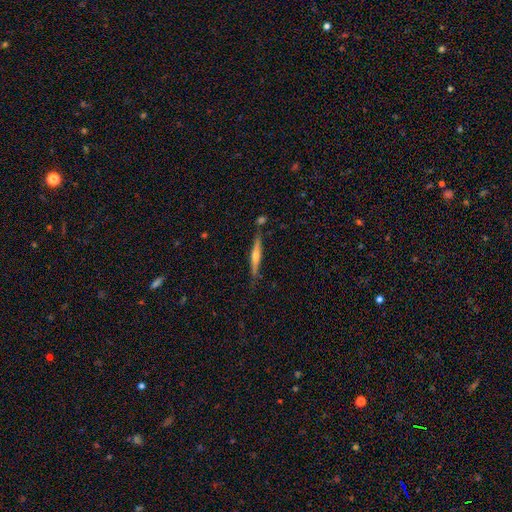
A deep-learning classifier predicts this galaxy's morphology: A featured or disk galaxy (65%) viewed edge-on (97%) with a rounded central bulge (80%).

Vote fractions:
- Smooth or featured? featured or disk: 65% / smooth: 29% / star or artifact: 6%
- Edge-on disk? yes: 97% / no: 3%
- Edge-on bulge? rounded: 80% / none: 13% / boxy: 7%
- Merging? none: 81% / minor disturbance: 13% / merger: 4% / major disturbance: 2%